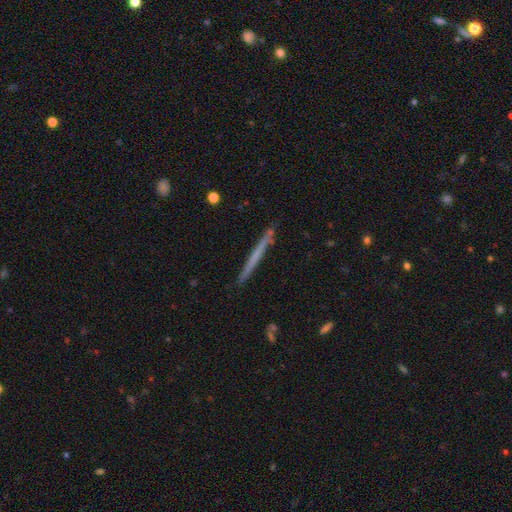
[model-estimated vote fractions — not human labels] Smooth or featured? featured or disk (49%)
Merging? none (90%)